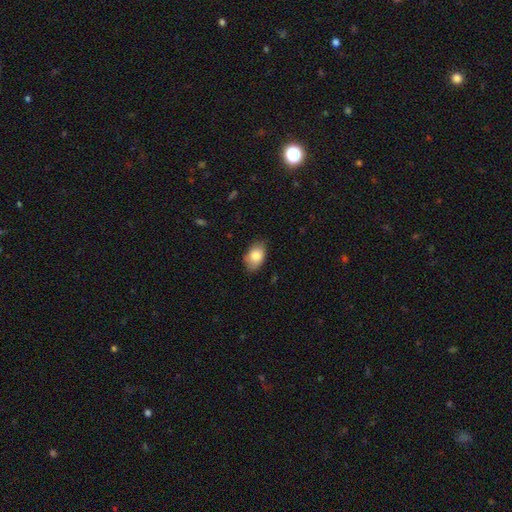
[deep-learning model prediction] Overall: smooth (83%). How rounded: in between (88%). Merging: none (76%).